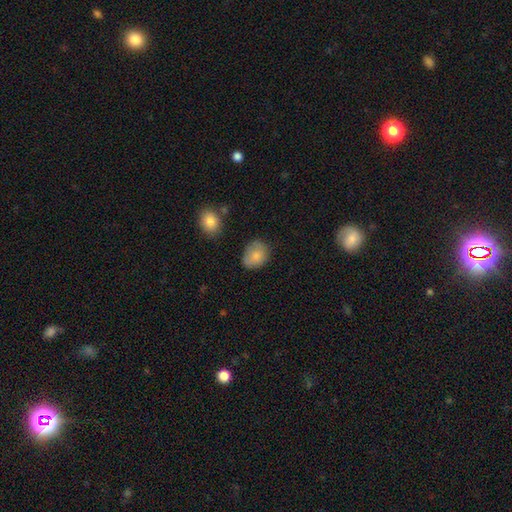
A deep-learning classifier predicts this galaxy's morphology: This appears to be a smooth galaxy with no disk features (83%) that is in between round and cigar-shaped (51%). Merging: none (67%).